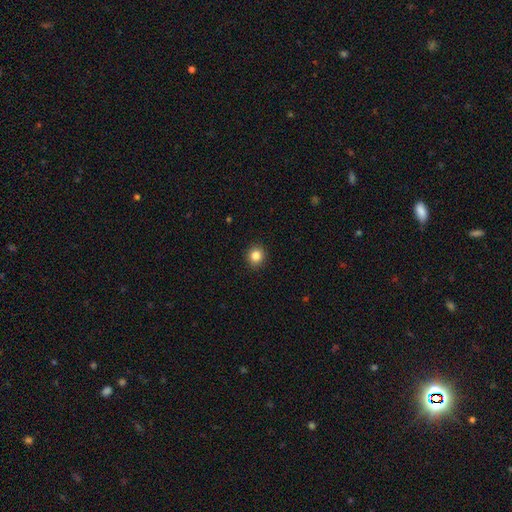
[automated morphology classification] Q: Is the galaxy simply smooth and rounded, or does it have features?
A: smooth — 84%.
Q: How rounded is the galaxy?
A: round — 87%.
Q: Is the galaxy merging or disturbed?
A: none — 92%.